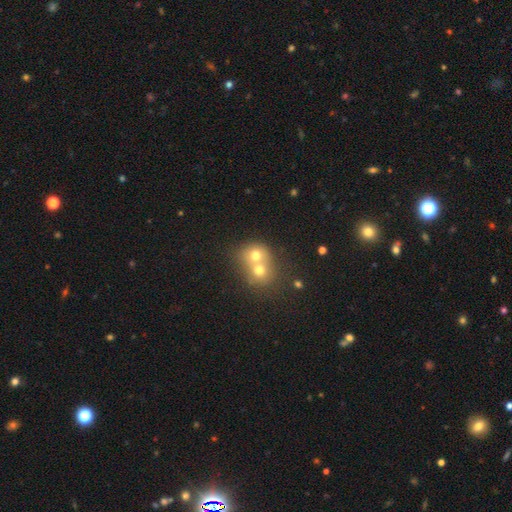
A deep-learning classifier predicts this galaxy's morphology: type=smooth (66%); roundness=round (71%); merging=merger (69%).